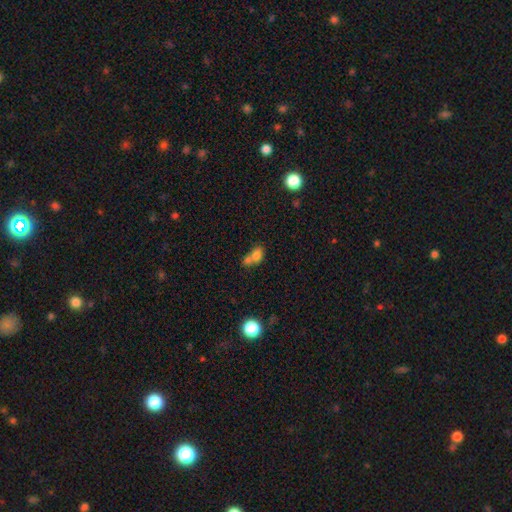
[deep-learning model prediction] A smooth galaxy with no disk features (76%) that is in between round and cigar-shaped (64%).

Vote fractions:
- Smooth or featured? smooth: 76% / featured or disk: 12% / star or artifact: 12%
- How rounded? in between: 64% / round: 34% / cigar-shaped: 2%
- Merging? merger: 59% / none: 28% / minor disturbance: 9% / major disturbance: 4%